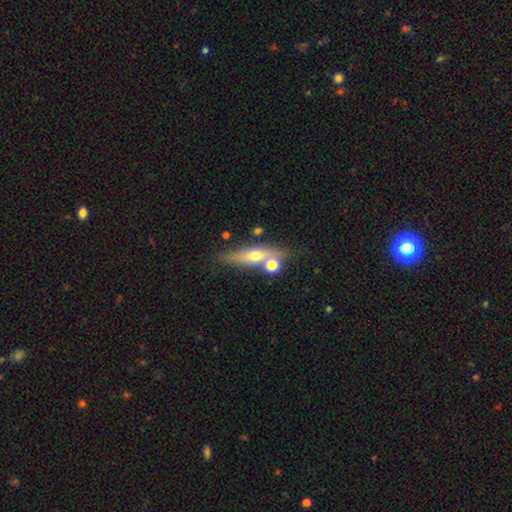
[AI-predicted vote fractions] smooth 50%, featured or disk 40%, star or artifact 10%. Down the decision tree: how rounded — cigar-shaped (56%); merging — none (62%).